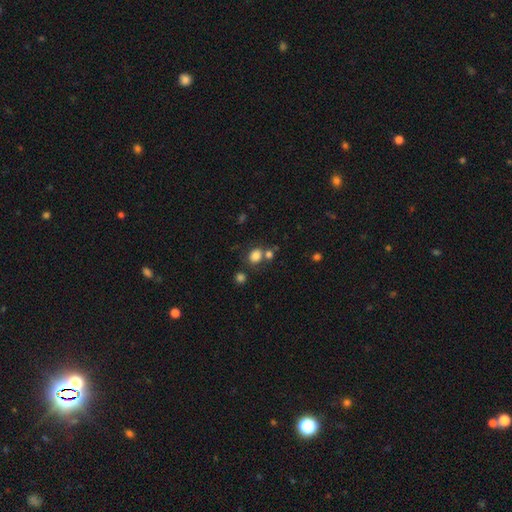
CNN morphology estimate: smooth 80%, star or artifact 13%, featured or disk 7%. Down the decision tree: how rounded — round (58%); merging — none (60%).